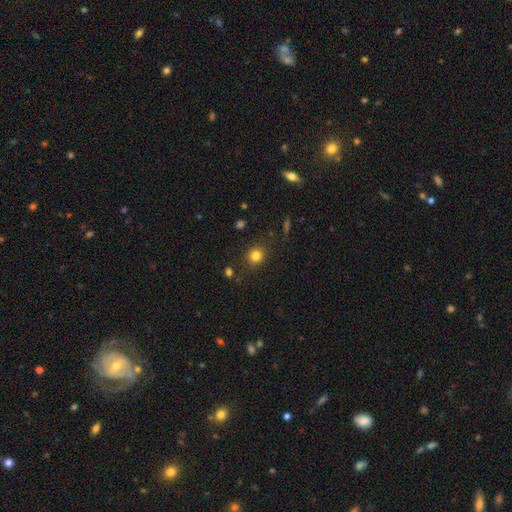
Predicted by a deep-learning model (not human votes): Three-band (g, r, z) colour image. It shows a smooth galaxy with no disk features (81%) that is round (83%). Merging: none (86%).